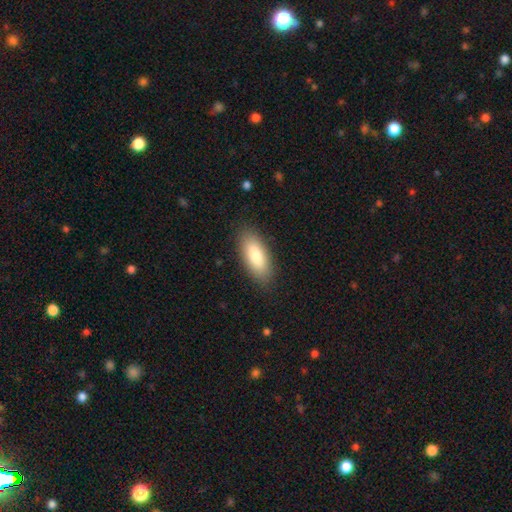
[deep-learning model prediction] Smooth or featured: smooth — 82% (featured or disk — 12%)
How rounded: in between — 82% (cigar-shaped — 16%)
Merging: none — 87% (minor disturbance — 10%)